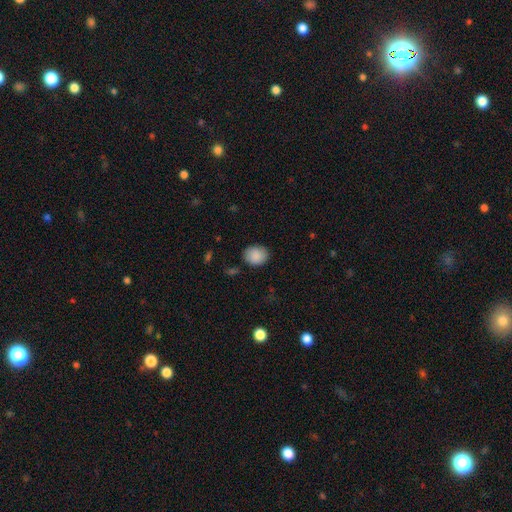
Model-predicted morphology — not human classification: Smooth or featured: smooth — 89% (star or artifact — 7%)
How rounded: round — 64% (in between — 35%)
Merging: none — 83% (minor disturbance — 12%)